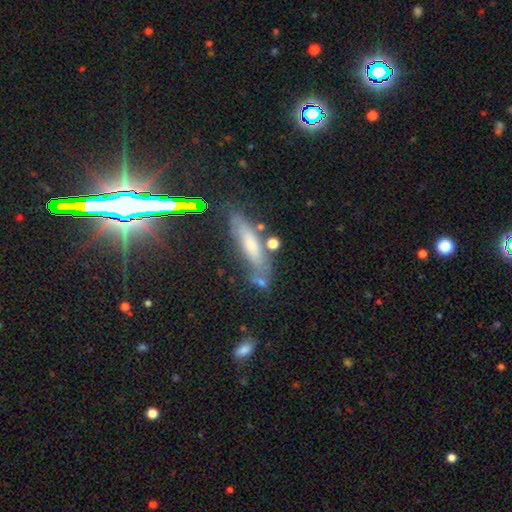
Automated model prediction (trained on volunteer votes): smooth 51%, featured or disk 34%, star or artifact 15%. Down the decision tree: how rounded — cigar-shaped (73%); merging — none (67%).